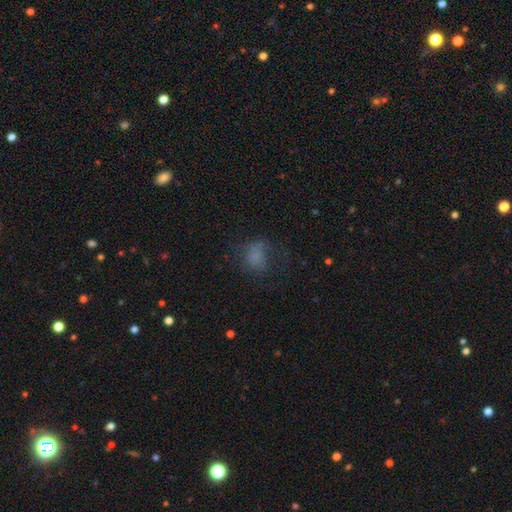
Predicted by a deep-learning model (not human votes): The model was most divided on "how rounded": round: 51%, in between: 48%, cigar-shaped: 1%. Remaining: smooth or featured — smooth (62%); merging — none (42%).